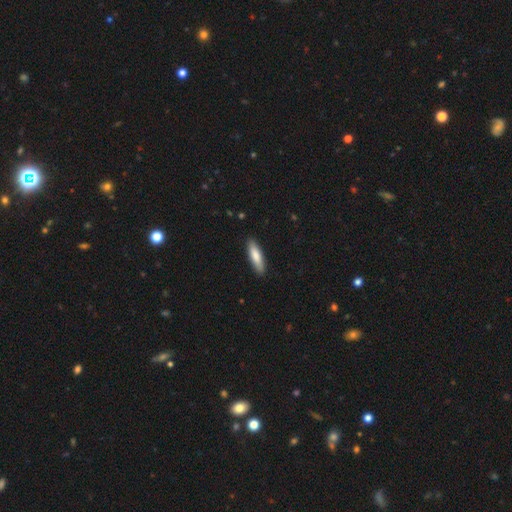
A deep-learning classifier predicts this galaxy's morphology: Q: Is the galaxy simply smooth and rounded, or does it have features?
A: smooth — 81%.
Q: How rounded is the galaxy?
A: cigar-shaped — 62%.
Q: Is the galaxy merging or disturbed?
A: none — 88%.